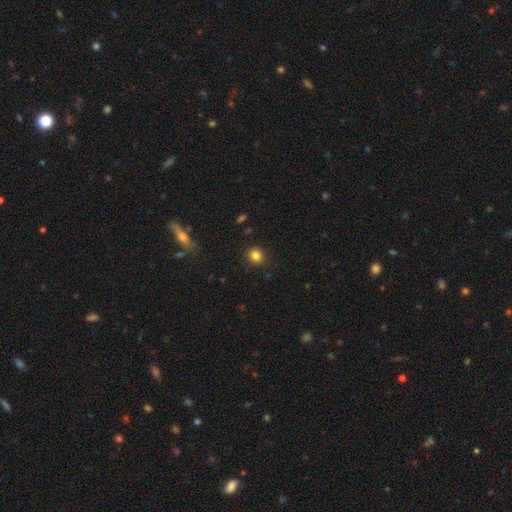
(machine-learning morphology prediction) The model was most divided on "how rounded": round: 84%, in between: 15%, cigar-shaped: 1%. More confident: merging — none (88%); smooth or featured — smooth (83%).